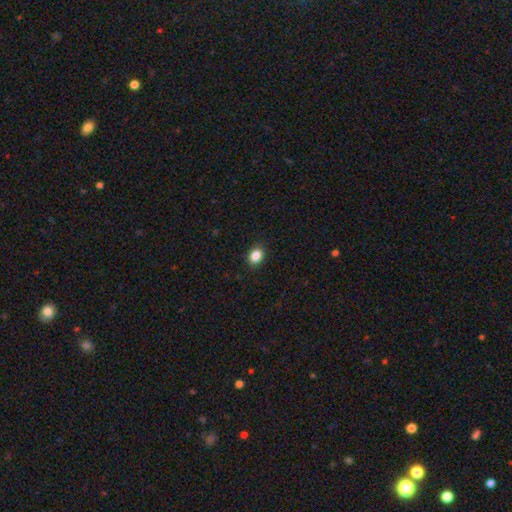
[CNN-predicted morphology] smooth 86%, star or artifact 10%, featured or disk 4%. Down the decision tree: how rounded — in between (68%); merging — none (89%).